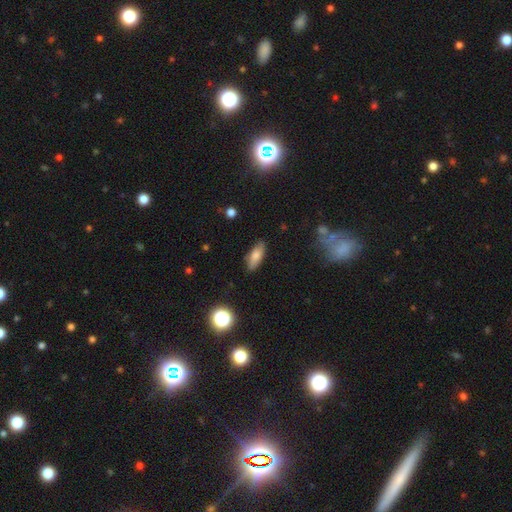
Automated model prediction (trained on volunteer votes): A smooth galaxy with no disk features (76%) that is in between round and cigar-shaped (72%).

Vote fractions:
- Smooth or featured? smooth: 76% / featured or disk: 16% / star or artifact: 9%
- How rounded? in between: 72% / cigar-shaped: 25% / round: 3%
- Merging? none: 84% / minor disturbance: 12% / major disturbance: 2% / merger: 1%